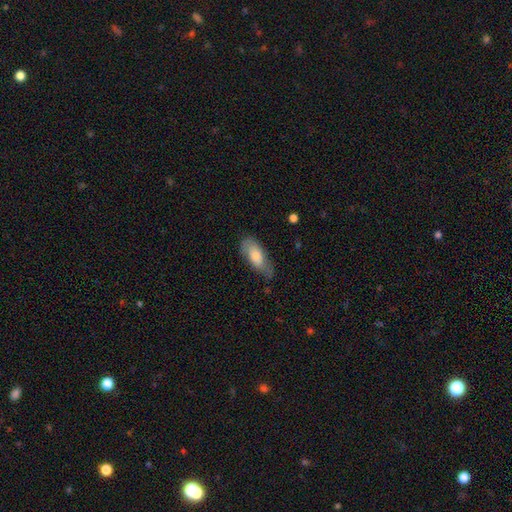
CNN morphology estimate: Smooth or featured?
  - smooth: 74% *
  - featured or disk: 20%
  - star or artifact: 6%
How rounded?
  - in between: 83% *
  - cigar-shaped: 15%
  - round: 2%
Merging?
  - none: 56% *
  - minor disturbance: 32%
  - major disturbance: 11%
  - merger: 2%